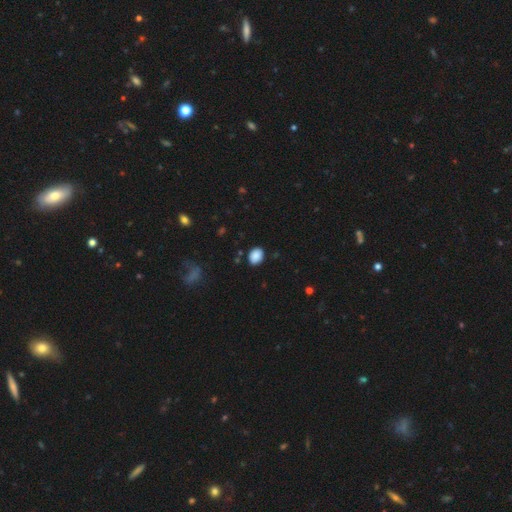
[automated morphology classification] smooth 88%, star or artifact 9%, featured or disk 4%. Down the decision tree: how rounded — in between (60%); merging — none (85%).